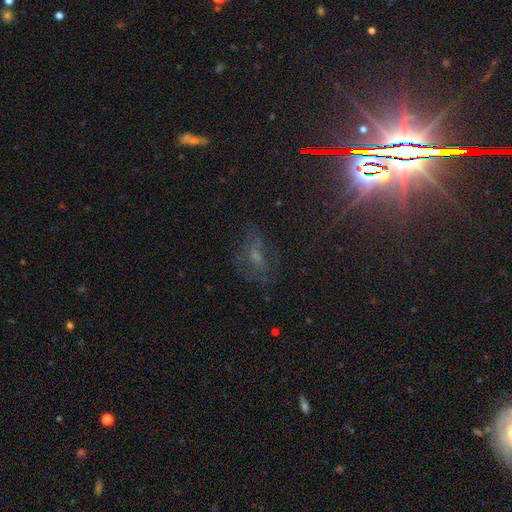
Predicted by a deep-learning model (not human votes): star or artifact 40%, featured or disk 34%, smooth 26%.